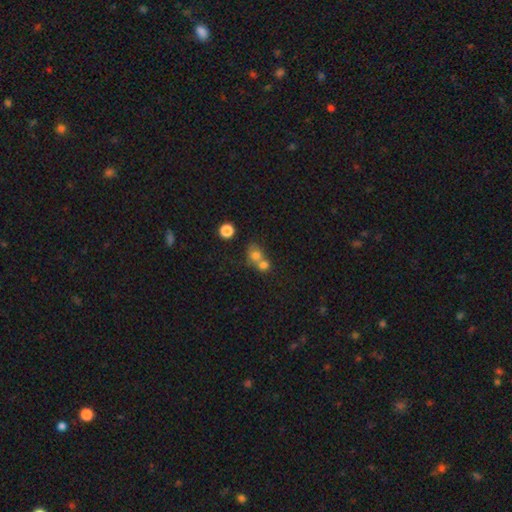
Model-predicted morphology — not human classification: smooth-or-featured: smooth: 73% | star or artifact: 13% | featured or disk: 13%
  how-rounded: round: 70% | in between: 29% | cigar-shaped: 1%
  merging: merger: 59% | none: 31% | minor disturbance: 7% | major disturbance: 4%